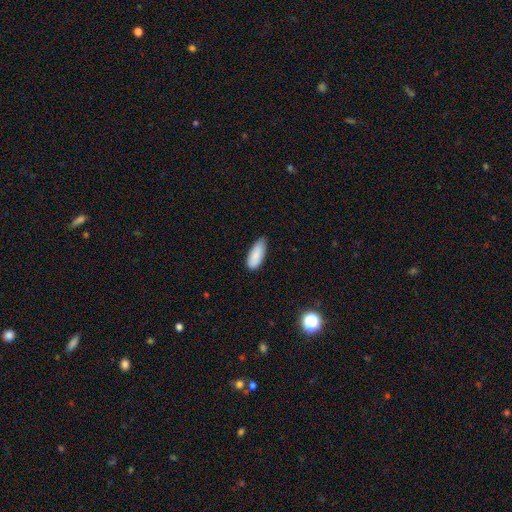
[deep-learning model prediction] Smooth or featured? smooth (87%)
How rounded? in between (82%)
Merging? none (70%)